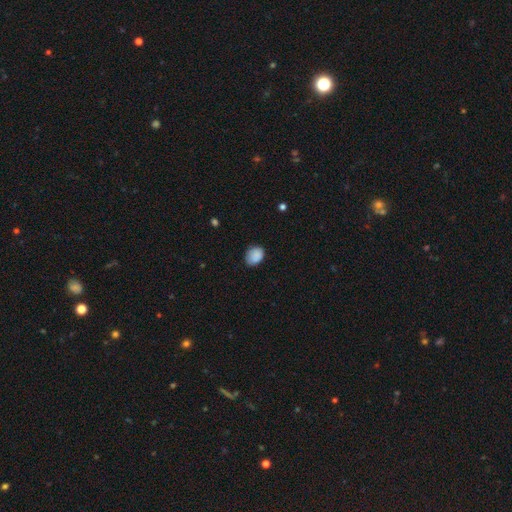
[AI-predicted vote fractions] This is clearly a smooth galaxy (87%). How rounded: possibly in between (59%). Merging: likely none (70%).